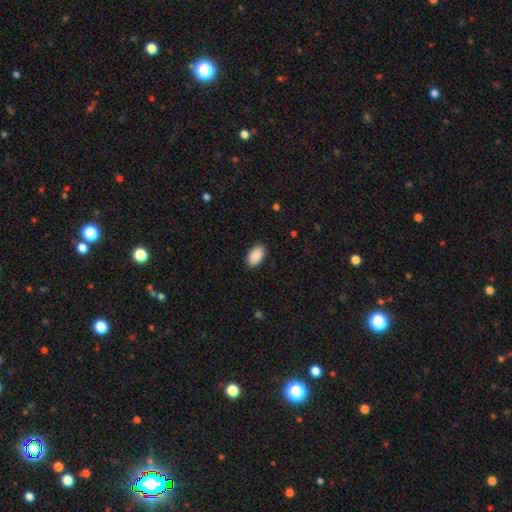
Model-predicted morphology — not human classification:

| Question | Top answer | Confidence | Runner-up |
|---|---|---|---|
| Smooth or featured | smooth | 91% | star or artifact (6%) |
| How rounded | in between | 94% | round (4%) |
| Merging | none | 89% | minor disturbance (8%) |